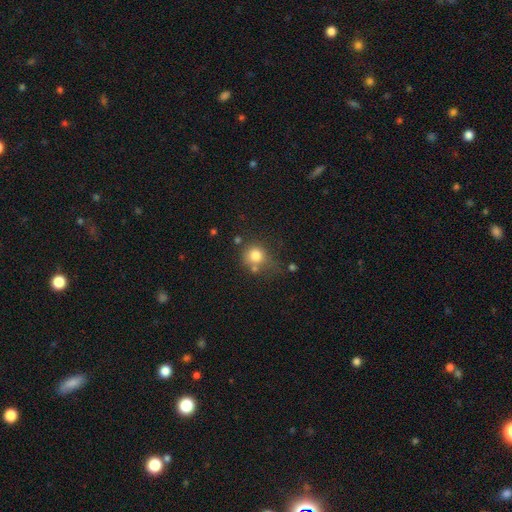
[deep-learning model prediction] Morphology: type=smooth (79%); roundness=round (84%); merging=none (51%).